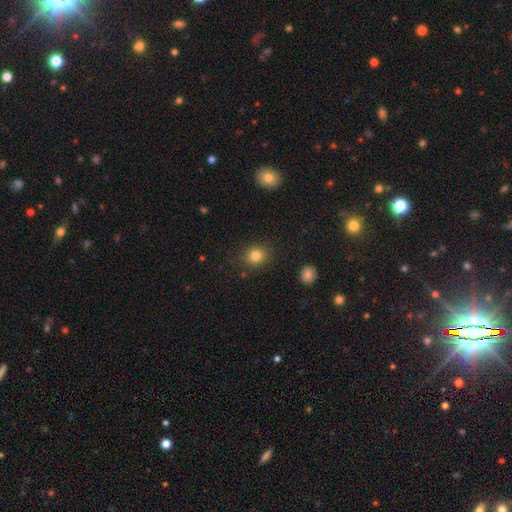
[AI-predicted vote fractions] Overall: smooth (82%). How rounded: round (77%). Merging: none (87%).